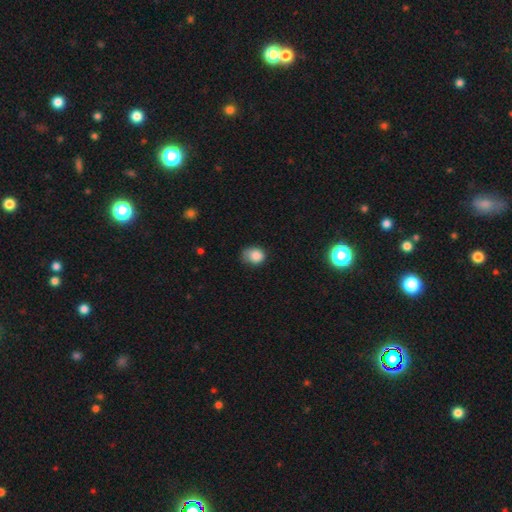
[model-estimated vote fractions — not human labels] smooth 85%, star or artifact 9%, featured or disk 6%. Down the decision tree: how rounded — round (59%); merging — none (47%).